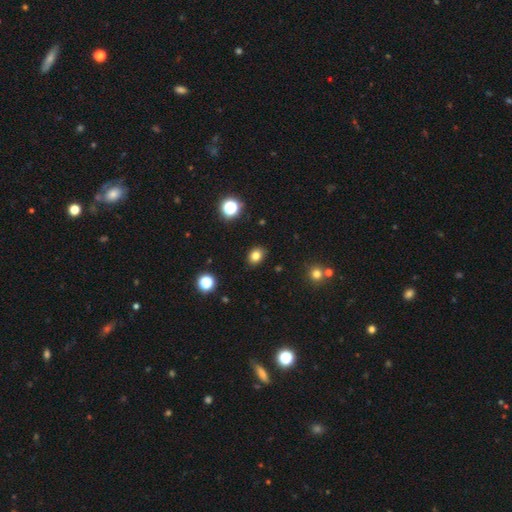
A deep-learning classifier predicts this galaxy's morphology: This appears to be a smooth galaxy with no disk features (81%) that is in between round and cigar-shaped (57%). Merging: none (88%).